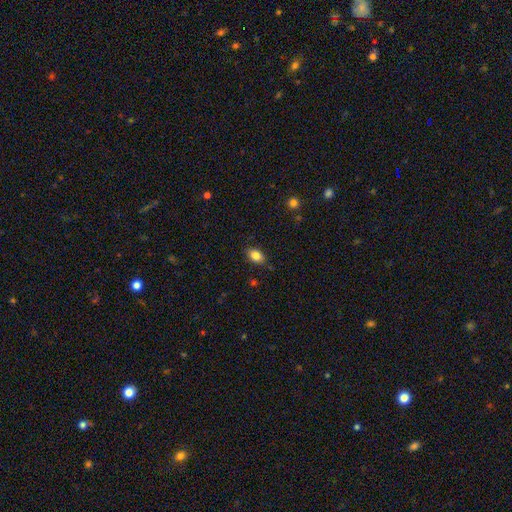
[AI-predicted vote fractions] Smooth or featured? Predicted: smooth (p=0.84). How rounded? Predicted: in between (p=0.82). Merging? Predicted: none (p=0.84).